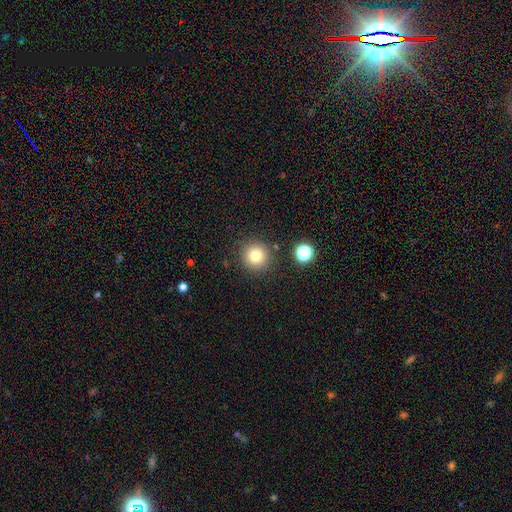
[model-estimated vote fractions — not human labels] A smooth galaxy with no disk features (79%) that is round (95%). Merging: none (86%).